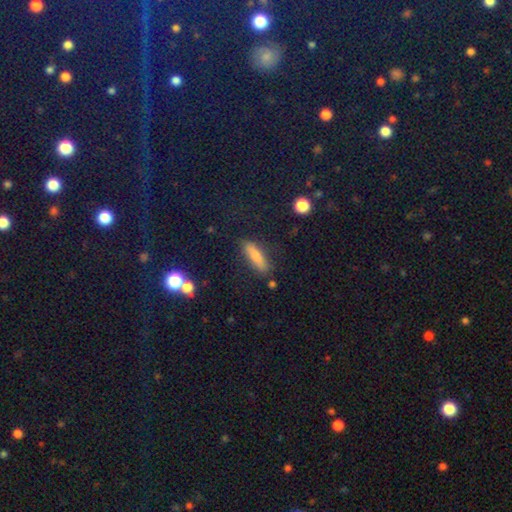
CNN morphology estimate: smooth_or_featured: smooth (p=0.73) [alt: featured or disk p=0.18]
how_rounded: cigar-shaped (p=0.64) [alt: in between p=0.33]
merging: none (p=0.82) [alt: minor disturbance p=0.12]